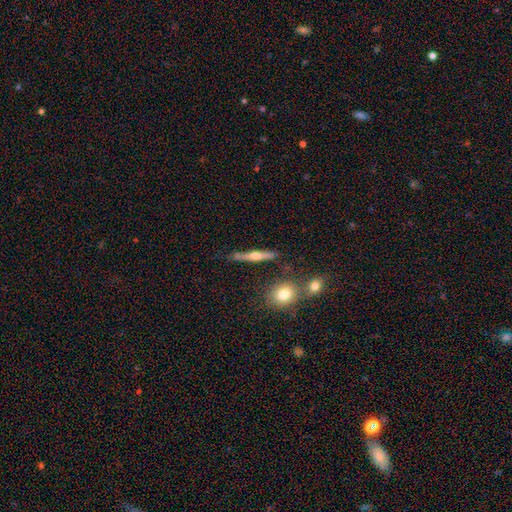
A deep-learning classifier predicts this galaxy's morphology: Smooth or featured: featured or disk — 63% (smooth — 29%)
Edge-on disk: yes — 95% (no — 5%)
Edge-on bulge: rounded — 89% (none — 6%)
Merging: none — 80% (minor disturbance — 11%)